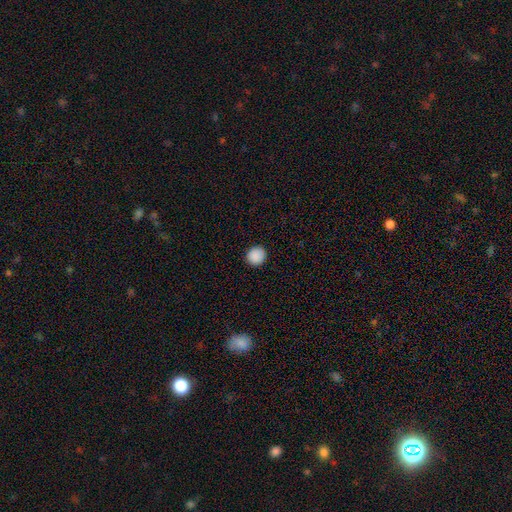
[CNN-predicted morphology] This appears to be a smooth galaxy with no disk features (89%) that is round (92%). Merging: none (92%).